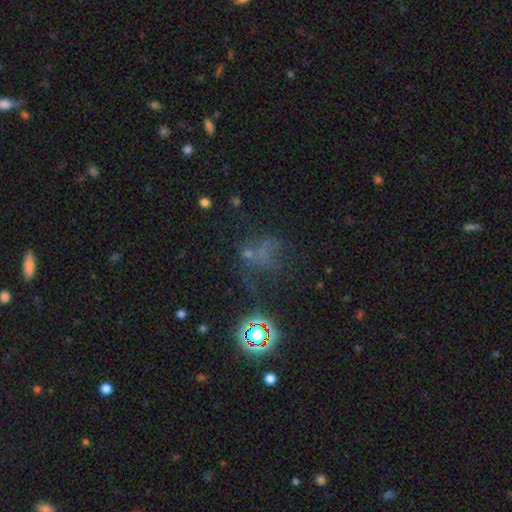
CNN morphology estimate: Q: Smooth or featured?
A: star or artifact (49%); runner-up: smooth (29%)